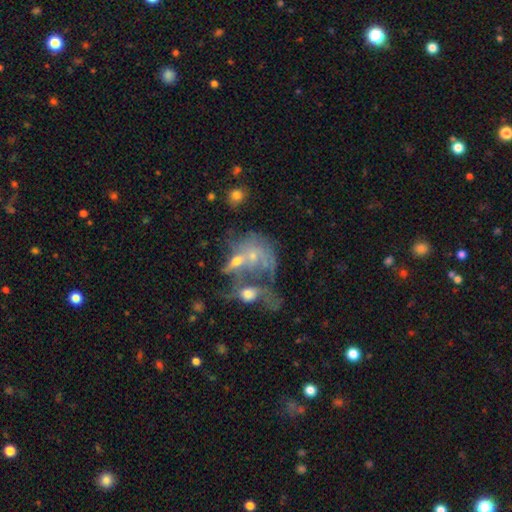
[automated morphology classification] The model was most divided on "spiral arms": yes: 55%, no: 45%. More confident: edge-on disk — no (95%); bar — no (78%); merging — merger (60%); smooth or featured — featured or disk (58%); bulge size — small (54%).